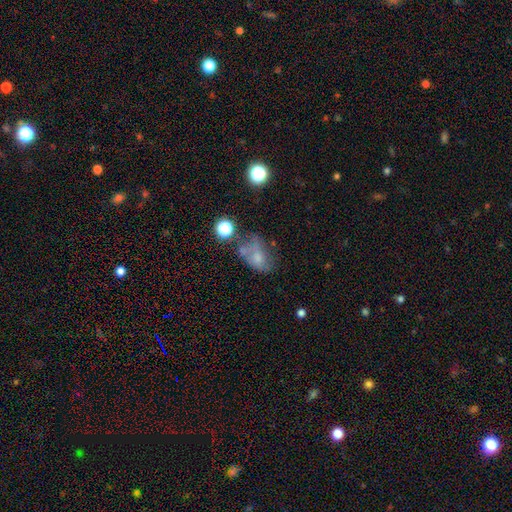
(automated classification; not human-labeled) Morphology: type=smooth (51%); roundness=in between (75%); merging=none (31%).